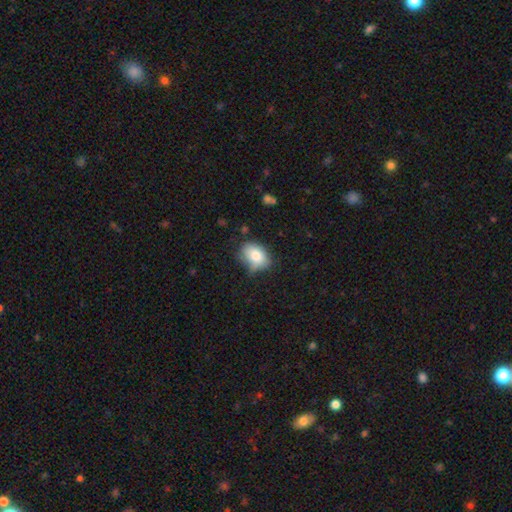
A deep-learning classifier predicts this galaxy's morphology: The model was most divided on "merging": none: 62%, minor disturbance: 28%, major disturbance: 7%, merger: 3%. More confident: smooth or featured — smooth (81%); how rounded — in between (79%).